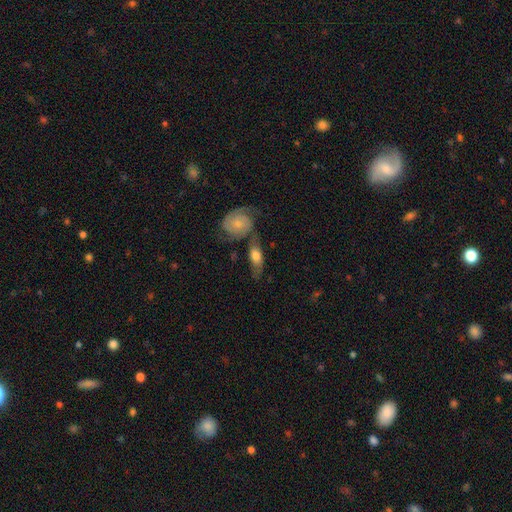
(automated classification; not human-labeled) This is possibly a smooth galaxy (53%). How rounded: likely in between (73%). Merging: possibly none (49%).